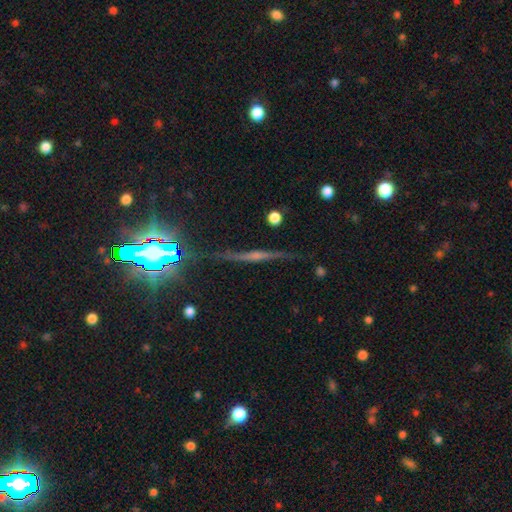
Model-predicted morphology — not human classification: featured or disk 62%, star or artifact 21%, smooth 17%. Down the decision tree: edge-on disk — yes (94%); edge-on bulge — rounded (53%); merging — none (81%).